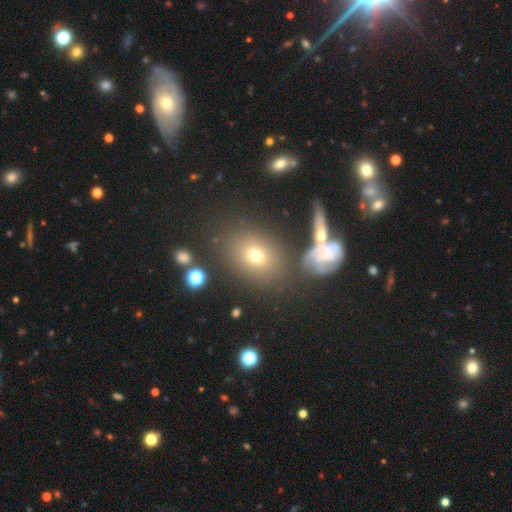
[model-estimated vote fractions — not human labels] Morphology: type=smooth (63%); roundness=in between (54%); merging=none (68%).